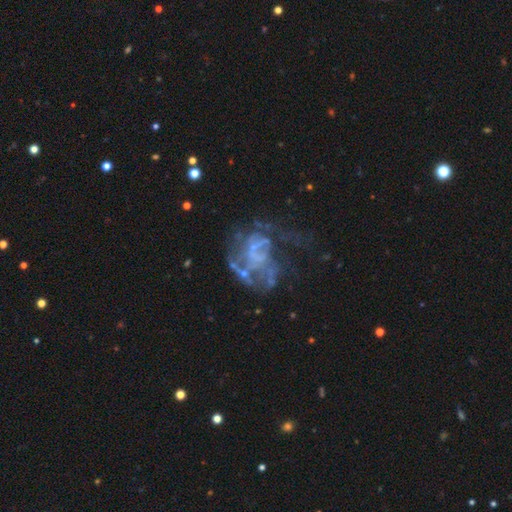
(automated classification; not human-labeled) A featured or disk galaxy (76%) with no bar (74%), spiral arms (54%) and no central bulge (69%).

Vote fractions:
- Smooth or featured? featured or disk: 76% / star or artifact: 14% / smooth: 10%
- Edge-on disk? no: 98% / yes: 2%
- Bar? no: 74% / weak: 20% / strong: 6%
- Spiral arms? yes: 54% / no: 46%
- Bulge size? none: 69% / small: 19% / moderate: 8% / large: 2% / dominant: 1%
- Merging? major disturbance: 46% / none: 32% / minor disturbance: 16% / merger: 7%